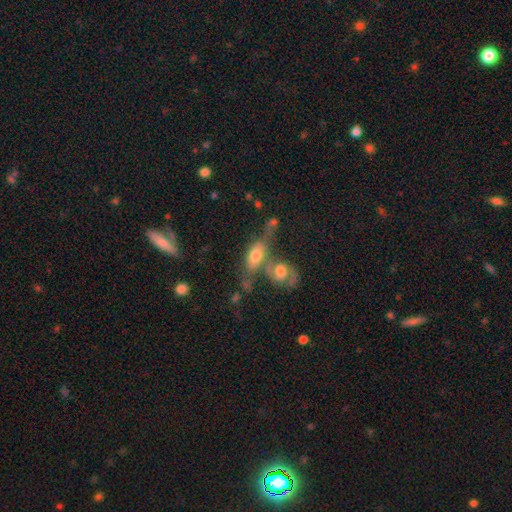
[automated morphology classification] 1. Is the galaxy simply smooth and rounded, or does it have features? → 53% smooth, 37% featured or disk, 10% star or artifact.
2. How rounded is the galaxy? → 79% in between, 12% cigar-shaped, 9% round.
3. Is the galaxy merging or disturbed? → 50% merger, 26% none, 13% minor disturbance, 11% major disturbance.